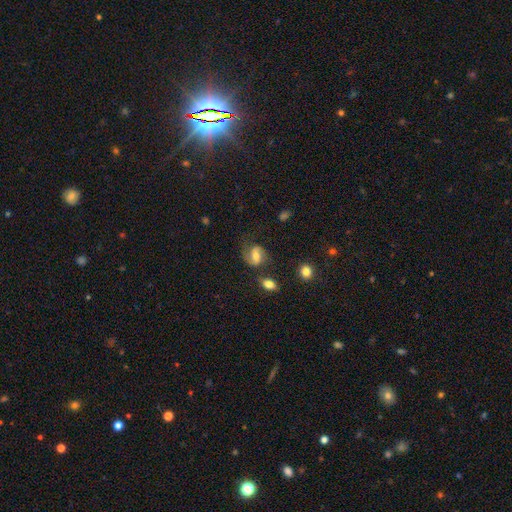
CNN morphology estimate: The model was most divided on "bar": weak: 43%, no: 32%, strong: 25%. More confident: edge-on disk — no (96%); spiral arms — yes (88%); merging — none (63%); bulge size — moderate (59%); smooth or featured — featured or disk (56%).